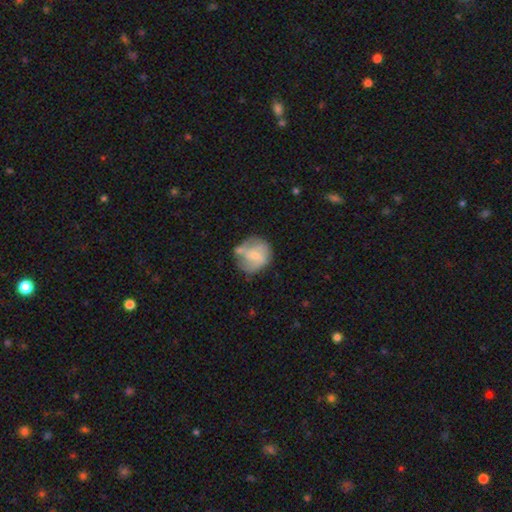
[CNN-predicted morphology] smooth-or-featured: featured or disk: 49% | smooth: 44% | star or artifact: 7%
  merging: none: 48% | minor disturbance: 26% | major disturbance: 13% | merger: 13%